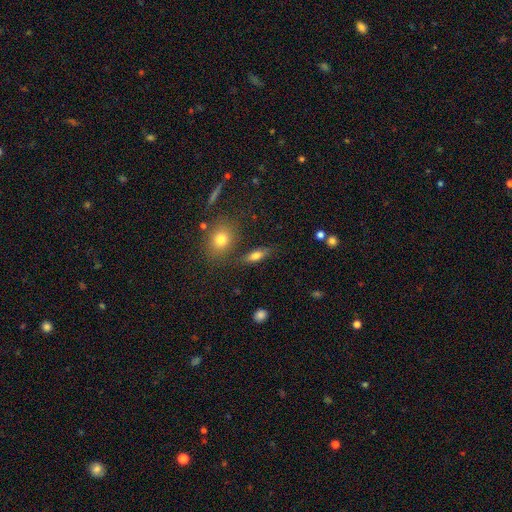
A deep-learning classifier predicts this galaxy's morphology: Smooth or featured? smooth (70%)
How rounded? in between (64%)
Merging? none (76%)